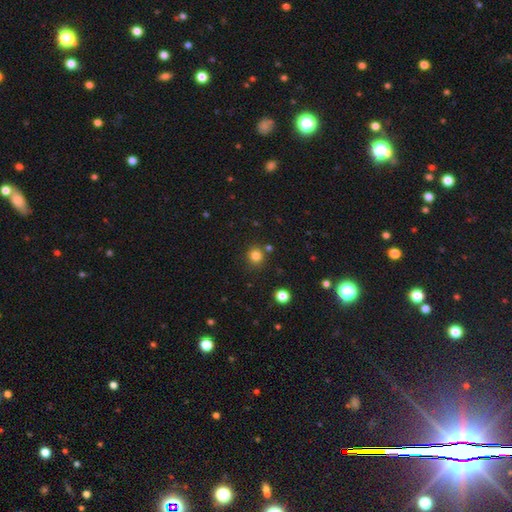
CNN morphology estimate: smooth_or_featured: smooth (p=0.81) [alt: star or artifact p=0.14]
how_rounded: round (p=0.92) [alt: in between p=0.07]
merging: none (p=0.83) [alt: minor disturbance p=0.08]